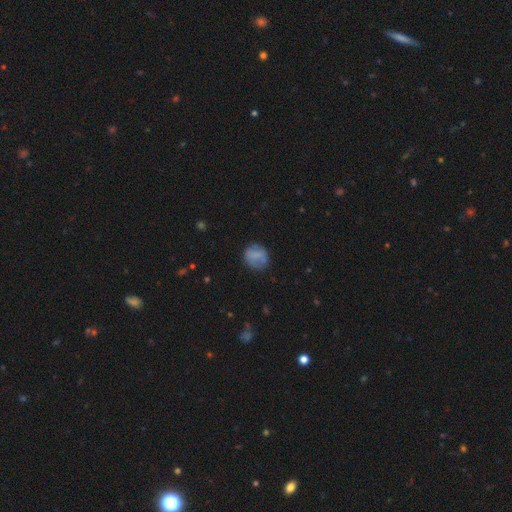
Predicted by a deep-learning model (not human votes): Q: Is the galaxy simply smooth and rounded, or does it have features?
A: smooth — 70%.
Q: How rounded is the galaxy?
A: round — 74%.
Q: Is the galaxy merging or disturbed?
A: none — 73%.